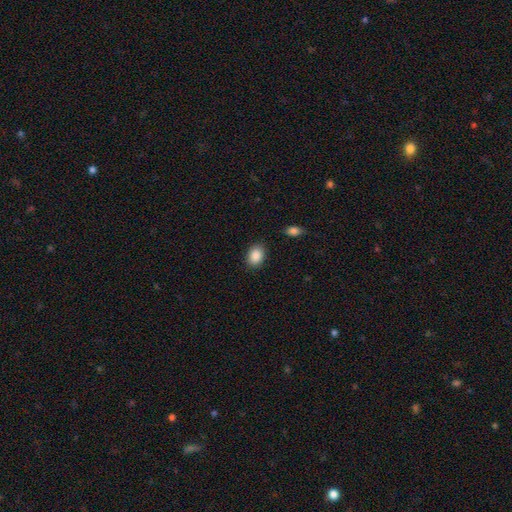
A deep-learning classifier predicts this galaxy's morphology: smooth_or_featured: smooth (p=0.89) [alt: star or artifact p=0.08]
how_rounded: in between (p=0.74) [alt: round p=0.25]
merging: none (p=0.86) [alt: minor disturbance p=0.10]